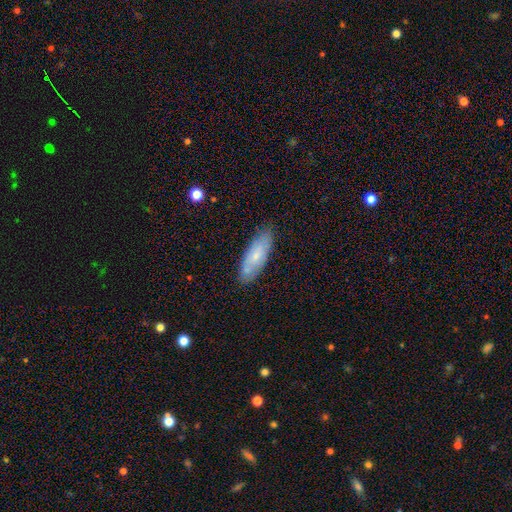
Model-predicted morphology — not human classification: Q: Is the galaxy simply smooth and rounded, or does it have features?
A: smooth — 64%.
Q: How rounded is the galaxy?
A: in between — 66%.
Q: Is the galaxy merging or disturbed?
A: none — 77%.